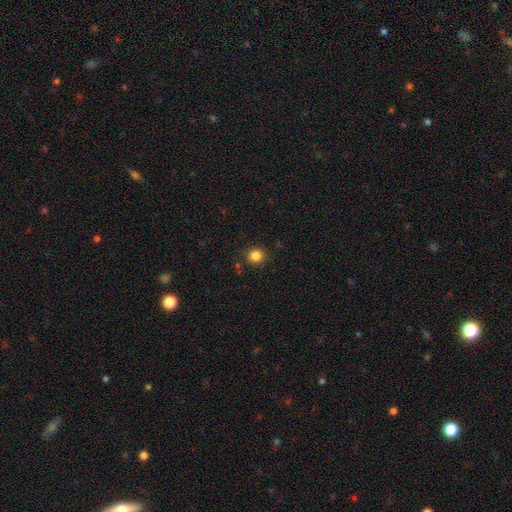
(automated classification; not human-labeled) smooth_or_featured: smooth (p=0.84) [alt: star or artifact p=0.12]
how_rounded: round (p=0.91) [alt: in between p=0.08]
merging: none (p=0.89) [alt: minor disturbance p=0.07]